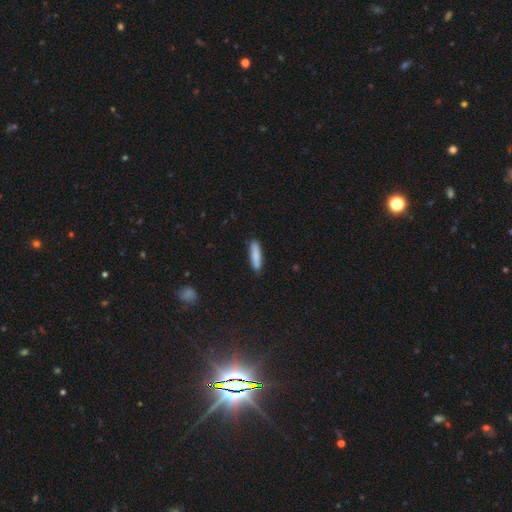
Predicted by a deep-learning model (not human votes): smooth-or-featured: smooth: 84% | featured or disk: 10% | star or artifact: 6%
  how-rounded: cigar-shaped: 78% | in between: 20% | round: 1%
  merging: none: 88% | minor disturbance: 9% | major disturbance: 2% | merger: 1%